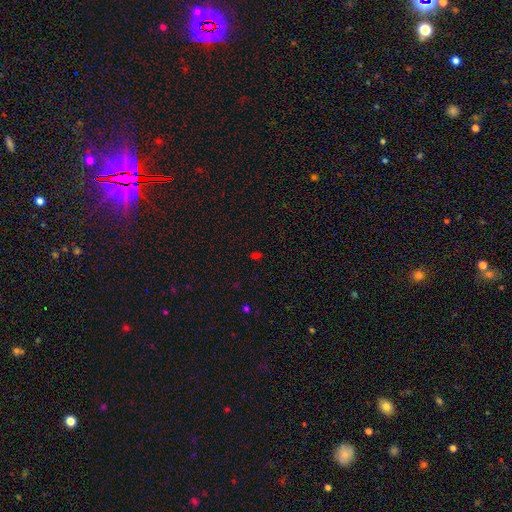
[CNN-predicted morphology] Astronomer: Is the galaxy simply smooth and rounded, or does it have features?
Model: smooth — 50% (runner-up: star or artifact, 44%).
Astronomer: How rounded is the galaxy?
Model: in between — 69%.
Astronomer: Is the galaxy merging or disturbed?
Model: none — 79%.